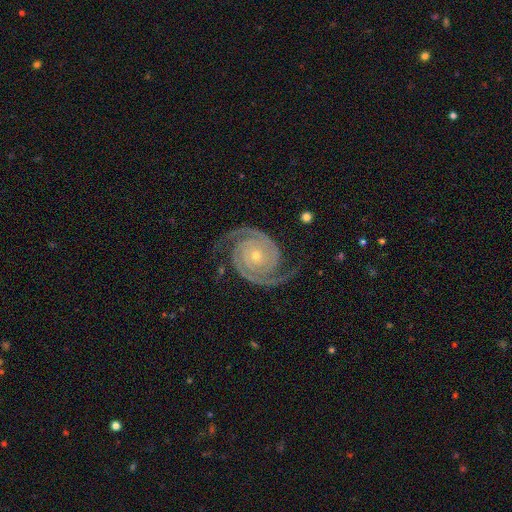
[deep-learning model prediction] featured or disk 94%, star or artifact 4%, smooth 2%. Down the decision tree: edge-on disk — no (98%); bar — no (76%); spiral arms — yes (99%); spiral arm count — 2 (93%); spiral winding — tight (72%); bulge size — small (70%); merging — none (82%).